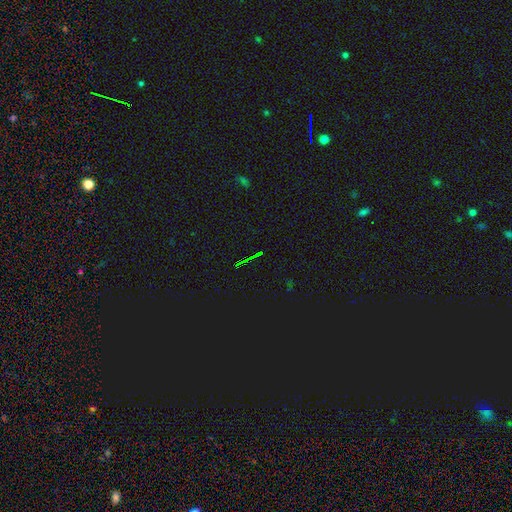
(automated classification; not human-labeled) Q: Smooth or featured?
A: star or artifact (78%); runner-up: featured or disk (11%)